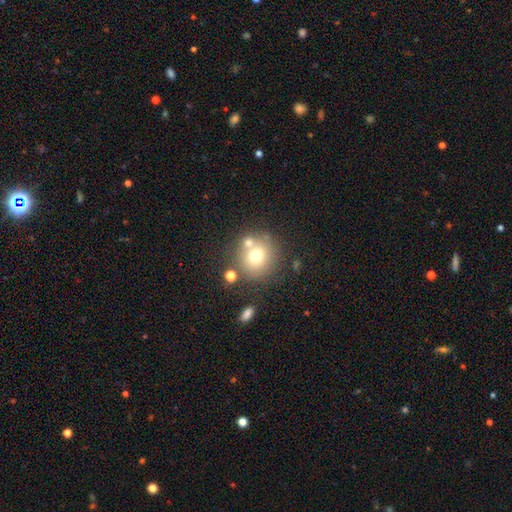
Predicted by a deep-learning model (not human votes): Morphology: type=smooth (70%); roundness=round (88%); merging=none (66%).